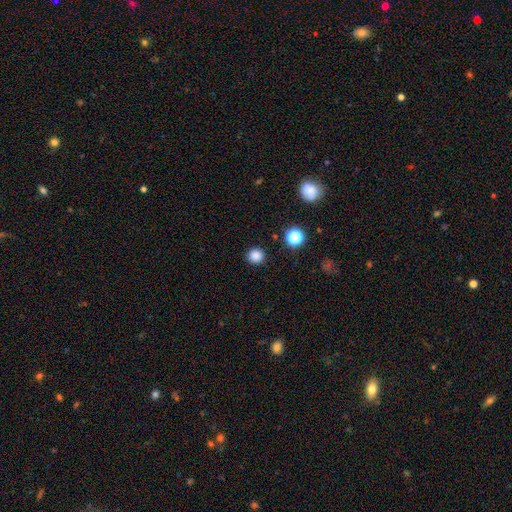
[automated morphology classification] Smooth or featured? smooth (84%)
How rounded? round (92%)
Merging? none (91%)